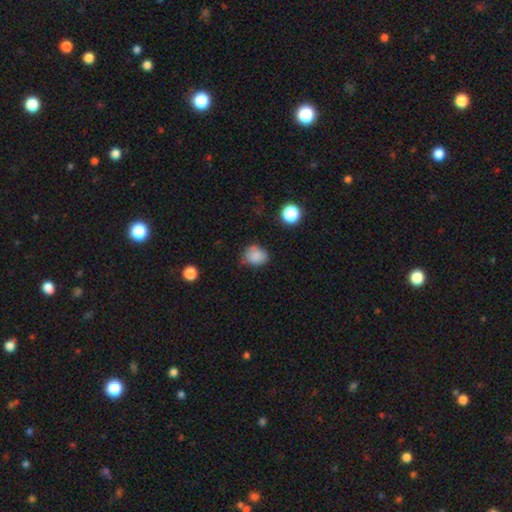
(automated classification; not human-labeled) Smooth or featured: smooth — 82% (star or artifact — 11%)
How rounded: round — 54% (in between — 45%)
Merging: none — 63% (minor disturbance — 28%)